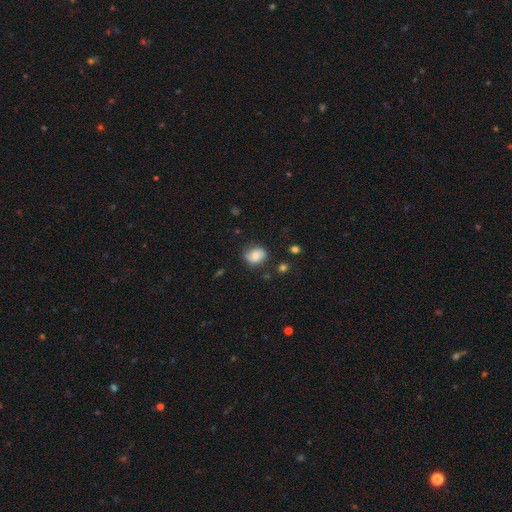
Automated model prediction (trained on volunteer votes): Morphology: type=smooth (70%); roundness=in between (51%); merging=none (69%).